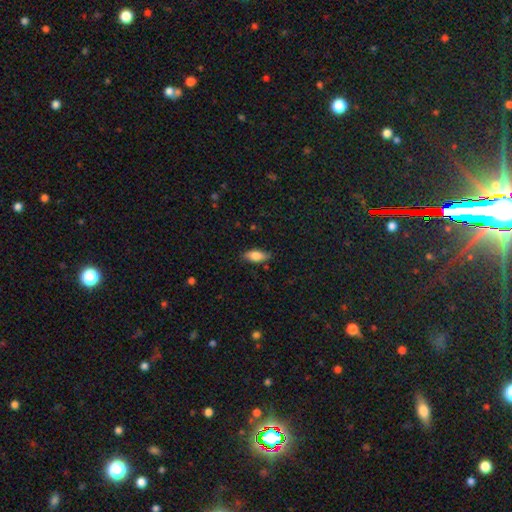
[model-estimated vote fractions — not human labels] smooth_or_featured: smooth (p=0.73) [alt: featured or disk p=0.20]
how_rounded: in between (p=0.80) [alt: cigar-shaped p=0.16]
merging: none (p=0.80) [alt: minor disturbance p=0.16]